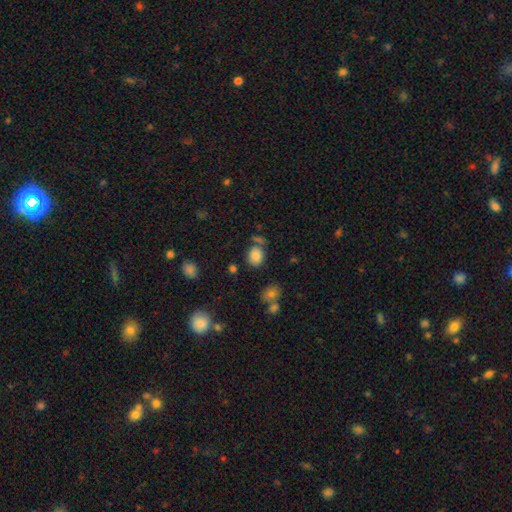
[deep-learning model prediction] The model was most divided on "how rounded": in between: 51%, round: 48%, cigar-shaped: 1%. More confident: smooth or featured — smooth (81%); merging — none (65%).